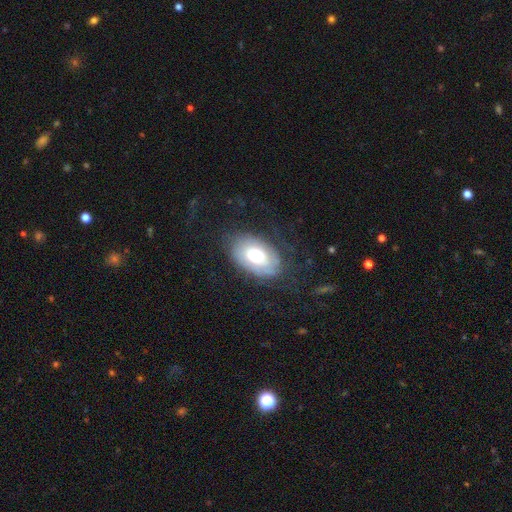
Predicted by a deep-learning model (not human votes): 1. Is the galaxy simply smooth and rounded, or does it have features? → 49% smooth, 43% featured or disk, 8% star or artifact.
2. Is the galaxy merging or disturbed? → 65% none, 20% minor disturbance, 13% major disturbance, 1% merger.